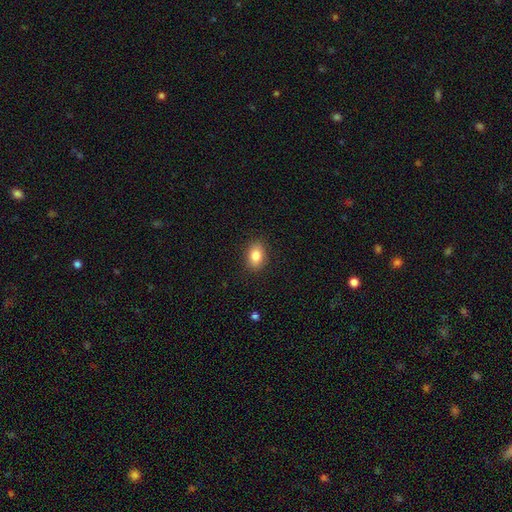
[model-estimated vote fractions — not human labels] This is clearly a smooth galaxy (84%). How rounded: likely in between (79%). Merging: clearly none (88%).